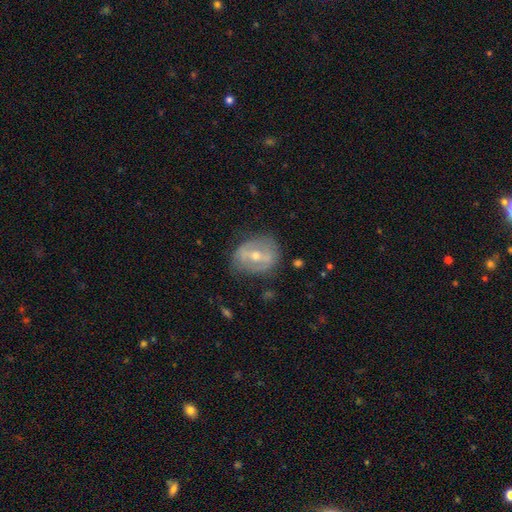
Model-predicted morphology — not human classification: Overall: featured or disk (69%). Edge-on disk: no (92%). Bar: strong (52%; weak 33%). Spiral arms: no (60%; yes 40%). Bulge size: moderate (57%; small 39%). Merging: none (73%).